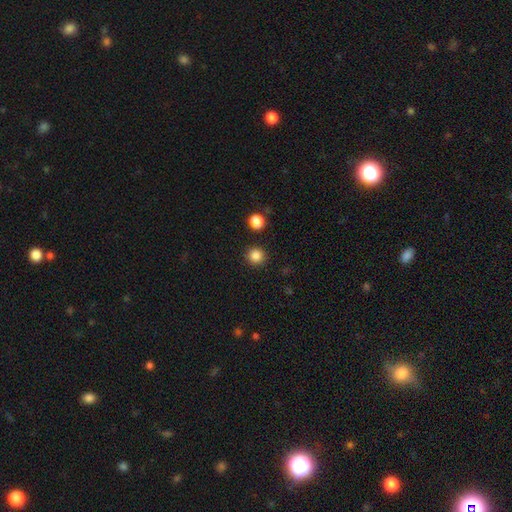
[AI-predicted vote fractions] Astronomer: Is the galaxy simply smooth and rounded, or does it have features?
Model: smooth — 85%.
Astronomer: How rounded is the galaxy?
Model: round — 93%.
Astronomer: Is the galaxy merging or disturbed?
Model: none — 91%.